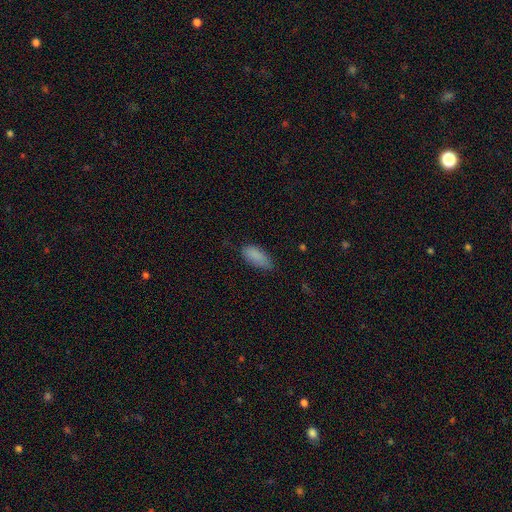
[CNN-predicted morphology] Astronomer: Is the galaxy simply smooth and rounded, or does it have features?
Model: smooth — 87%.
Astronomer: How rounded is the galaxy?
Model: in between — 86%.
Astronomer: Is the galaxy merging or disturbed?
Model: none — 63%.